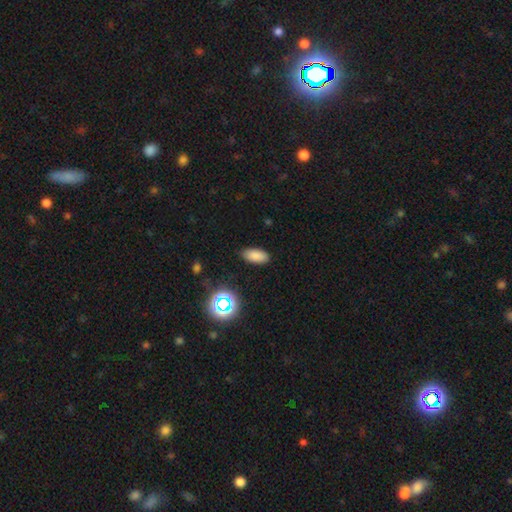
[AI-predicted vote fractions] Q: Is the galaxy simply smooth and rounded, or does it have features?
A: smooth — 80%.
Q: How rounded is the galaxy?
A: in between — 88%.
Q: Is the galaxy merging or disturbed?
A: none — 86%.